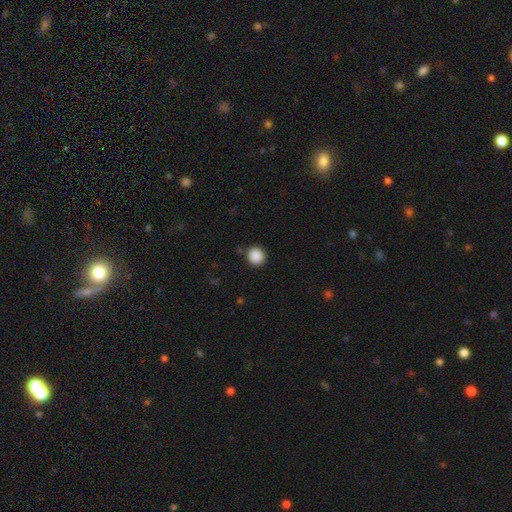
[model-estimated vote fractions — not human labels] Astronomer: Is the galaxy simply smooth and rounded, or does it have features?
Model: smooth — 88%.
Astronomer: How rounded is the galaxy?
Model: round — 87%.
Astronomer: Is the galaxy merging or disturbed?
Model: none — 87%.